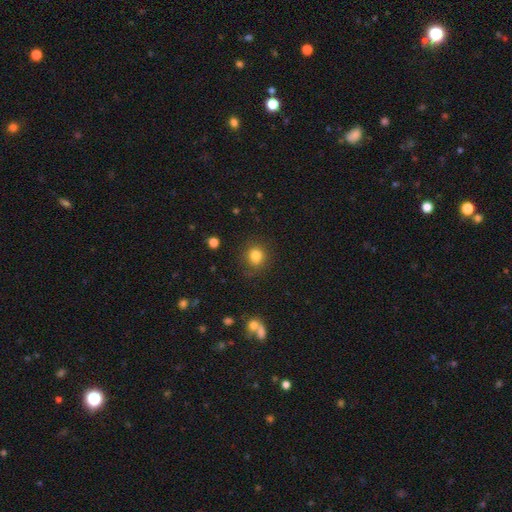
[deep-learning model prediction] Smooth or featured? Predicted: smooth (p=0.82). How rounded? Predicted: round (p=0.81). Merging? Predicted: none (p=0.83).